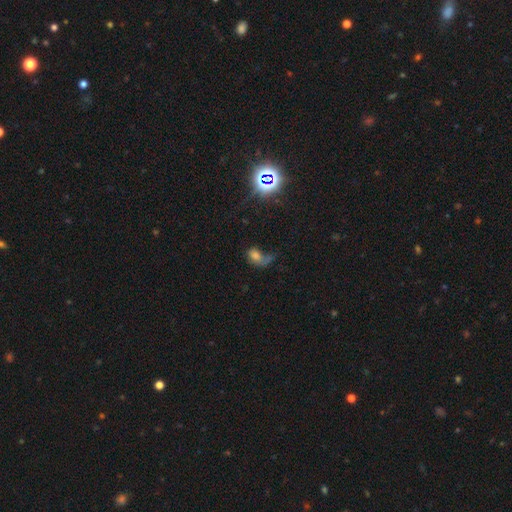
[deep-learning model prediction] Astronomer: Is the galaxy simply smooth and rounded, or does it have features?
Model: smooth — 50% (runner-up: featured or disk, 25%).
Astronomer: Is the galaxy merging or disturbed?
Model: major disturbance — 45% (runner-up: none, 25%).